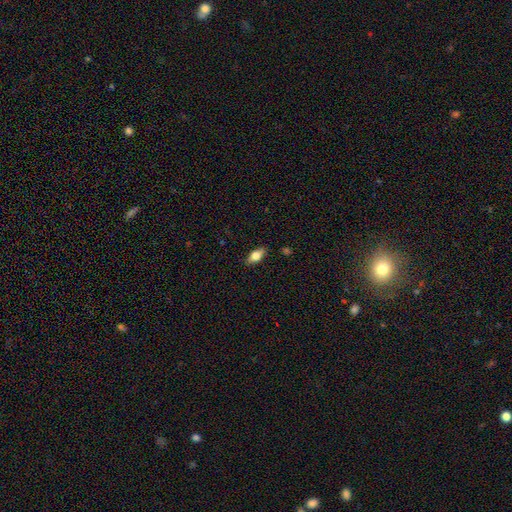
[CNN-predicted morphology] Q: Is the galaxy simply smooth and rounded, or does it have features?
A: smooth — 68%.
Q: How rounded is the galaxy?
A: in between — 81%.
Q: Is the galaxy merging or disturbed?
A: none — 85%.